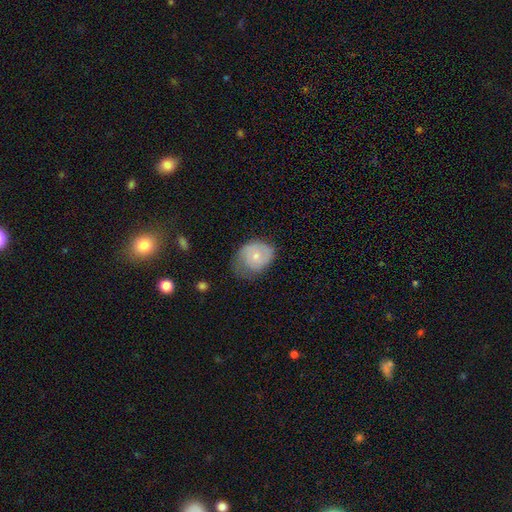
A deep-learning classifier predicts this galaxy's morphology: Smooth or featured?
  - smooth: 57% *
  - featured or disk: 36%
  - star or artifact: 7%
How rounded?
  - round: 52% *
  - in between: 47%
  - cigar-shaped: 1%
Merging?
  - none: 39% * (tied)
  - minor disturbance: 39% * (tied)
  - major disturbance: 20%
  - merger: 2%